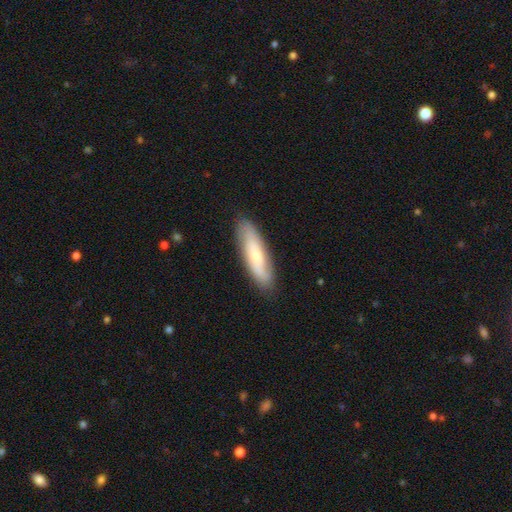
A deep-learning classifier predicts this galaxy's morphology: Smooth or featured?
  - smooth: 56% *
  - featured or disk: 38%
  - star or artifact: 6%
How rounded?
  - cigar-shaped: 59% *
  - in between: 39%
  - round: 2%
Merging?
  - none: 84% *
  - minor disturbance: 12%
  - major disturbance: 3%
  - merger: 1%